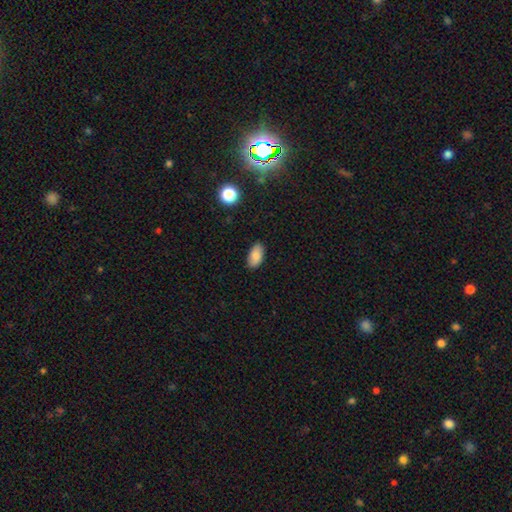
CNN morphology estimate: Smooth or featured: smooth — 84% (featured or disk — 8%)
How rounded: in between — 94% (round — 4%)
Merging: none — 87% (minor disturbance — 10%)